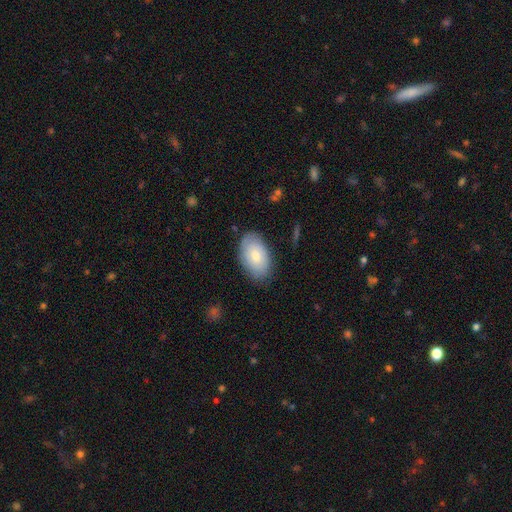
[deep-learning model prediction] This appears to be a smooth galaxy with no disk features (71%) that is in between round and cigar-shaped (92%). Merging: none (81%).